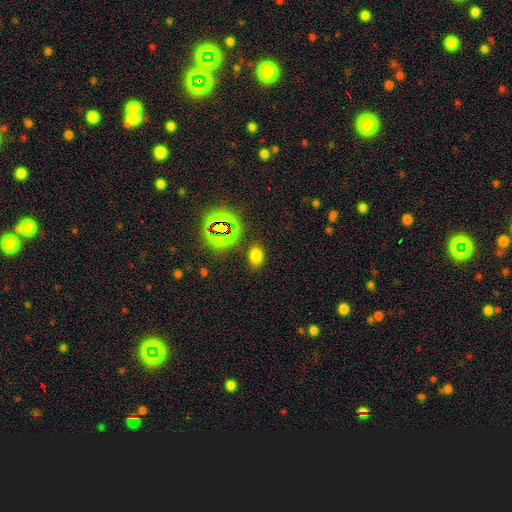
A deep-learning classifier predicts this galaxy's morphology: smooth 71%, star or artifact 23%, featured or disk 6%. Down the decision tree: how rounded — in between (83%); merging — none (84%).